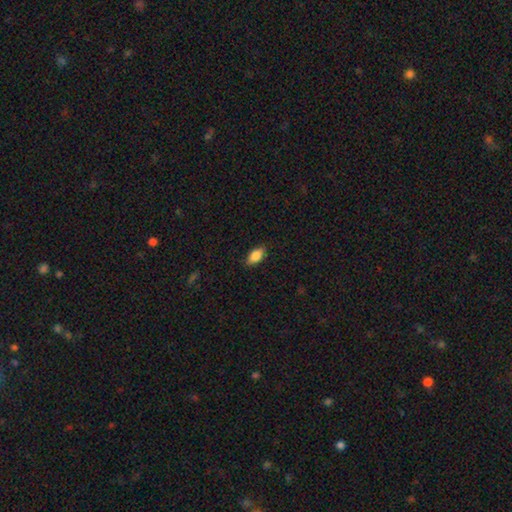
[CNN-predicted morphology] Smooth or featured? smooth (87%)
How rounded? in between (91%)
Merging? none (85%)